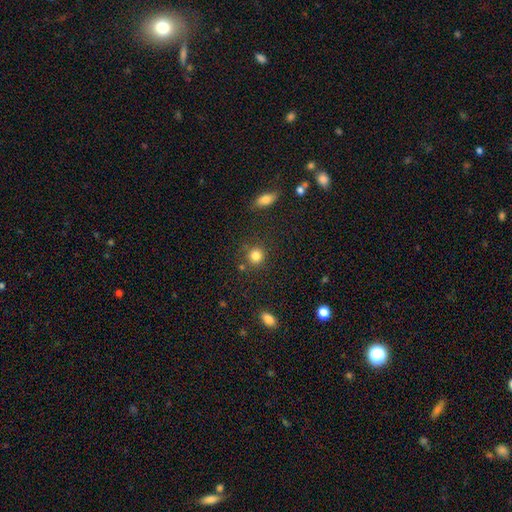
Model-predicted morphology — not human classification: Smooth or featured? smooth (83%)
How rounded? round (89%)
Merging? none (81%)